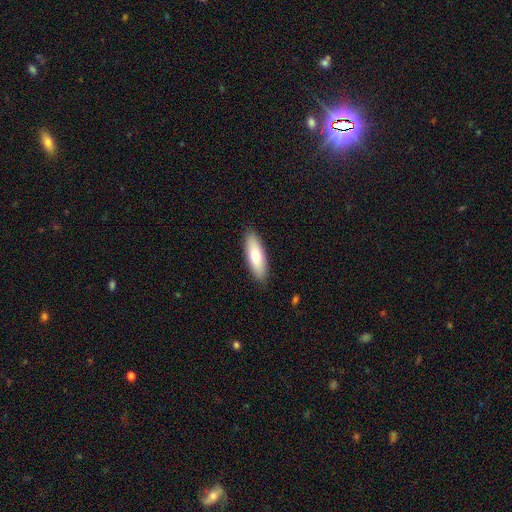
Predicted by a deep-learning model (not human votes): The model was most divided on "how rounded": in between: 59%, cigar-shaped: 39%, round: 2%. More confident: merging — none (89%); smooth or featured — smooth (73%).